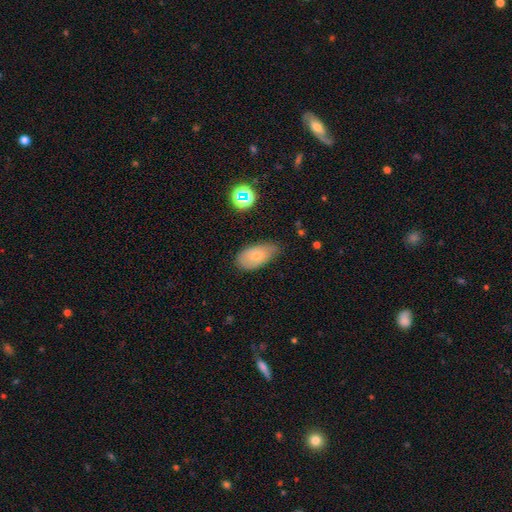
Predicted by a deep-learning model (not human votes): smooth-or-featured: smooth: 73% | featured or disk: 18% | star or artifact: 10%
  how-rounded: in between: 92% | round: 5% | cigar-shaped: 3%
  merging: none: 58% | minor disturbance: 34% | major disturbance: 7% | merger: 2%